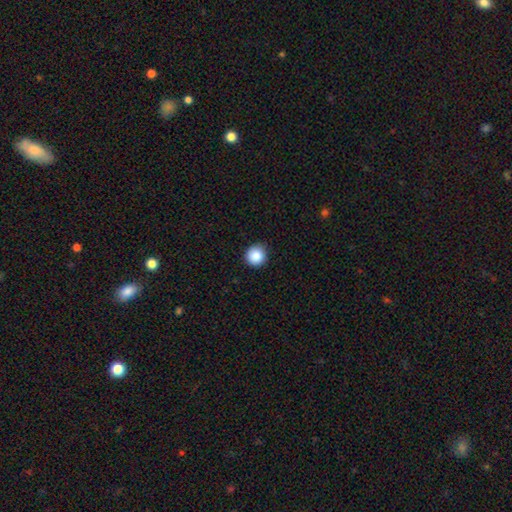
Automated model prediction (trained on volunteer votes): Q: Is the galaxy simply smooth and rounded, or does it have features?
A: smooth — 87%.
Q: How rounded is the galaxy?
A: round — 95%.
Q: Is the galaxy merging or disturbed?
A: none — 90%.